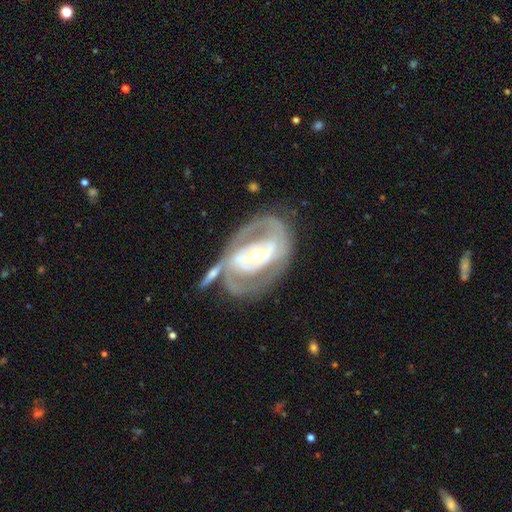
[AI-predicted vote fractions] Overall: featured or disk (87%). Edge-on disk: no (96%). Bar: strong (35%; no 33%). Spiral arms: yes (86%). Spiral arm count: 2 (69%). Spiral winding: tight (48%; medium 39%). Bulge size: moderate (55%; small 38%). Merging: none (54%; minor disturbance 17%).